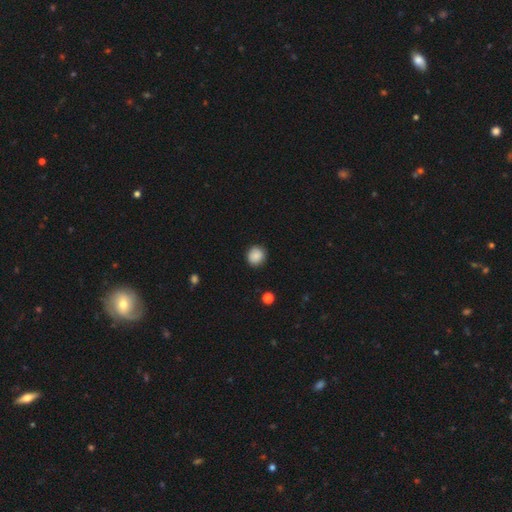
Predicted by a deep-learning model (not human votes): smooth 87%, star or artifact 9%, featured or disk 4%. Down the decision tree: how rounded — round (87%); merging — none (88%).